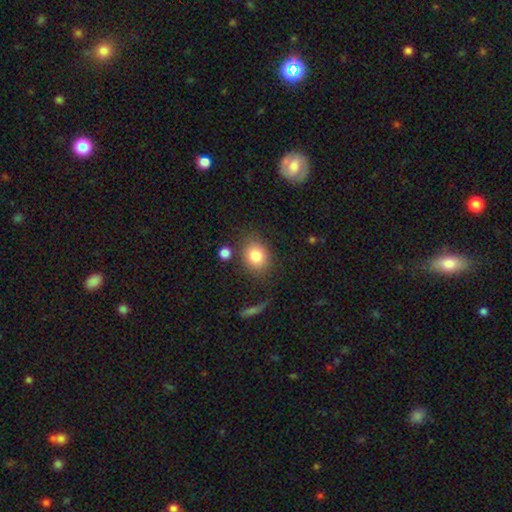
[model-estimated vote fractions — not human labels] A smooth galaxy with no disk features (82%) that is round (62%).

Vote fractions:
- Smooth or featured? smooth: 82% / star or artifact: 9% / featured or disk: 9%
- How rounded? round: 62% / in between: 36% / cigar-shaped: 1%
- Merging? none: 77% / minor disturbance: 12% / merger: 6% / major disturbance: 5%